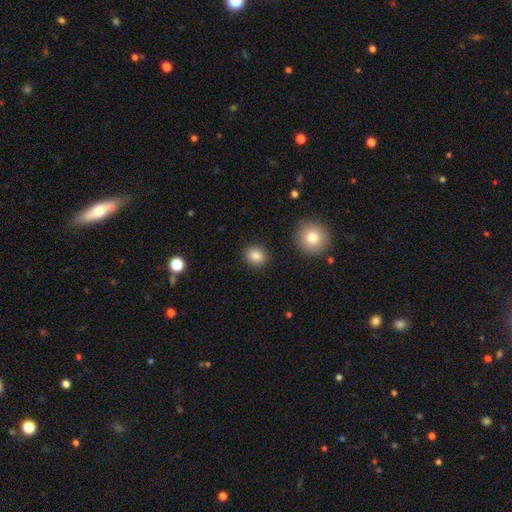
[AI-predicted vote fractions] Smooth or featured? smooth (85%)
How rounded? round (76%)
Merging? none (89%)